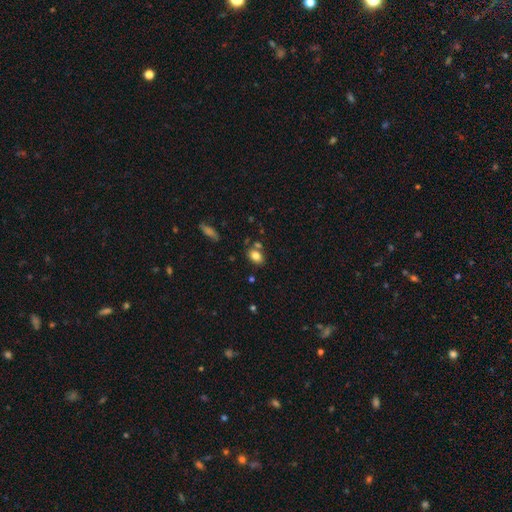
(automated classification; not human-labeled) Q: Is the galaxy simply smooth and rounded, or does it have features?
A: smooth — 80%.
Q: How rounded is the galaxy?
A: in between — 78%.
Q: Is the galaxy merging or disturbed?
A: none — 70%.